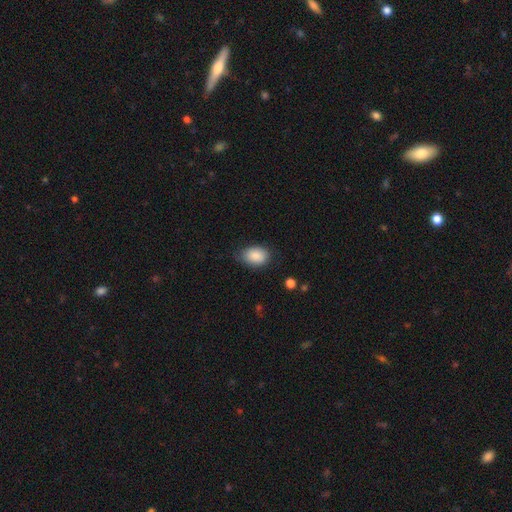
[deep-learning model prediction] Morphology: type=smooth (87%); roundness=in between (83%); merging=none (70%).